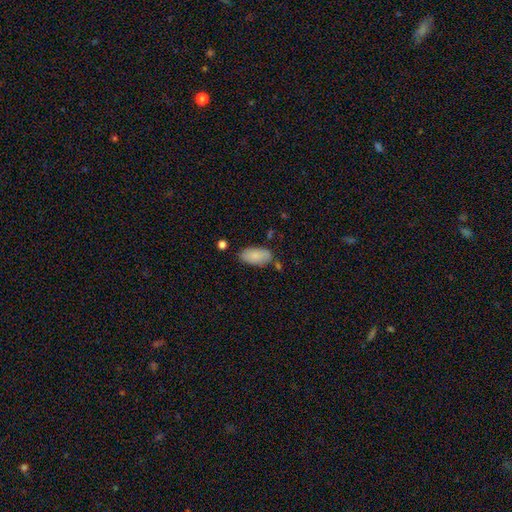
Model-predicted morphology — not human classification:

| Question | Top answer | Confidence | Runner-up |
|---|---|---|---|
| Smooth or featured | smooth | 85% | featured or disk (9%) |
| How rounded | in between | 94% | cigar-shaped (4%) |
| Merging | none | 75% | minor disturbance (17%) |